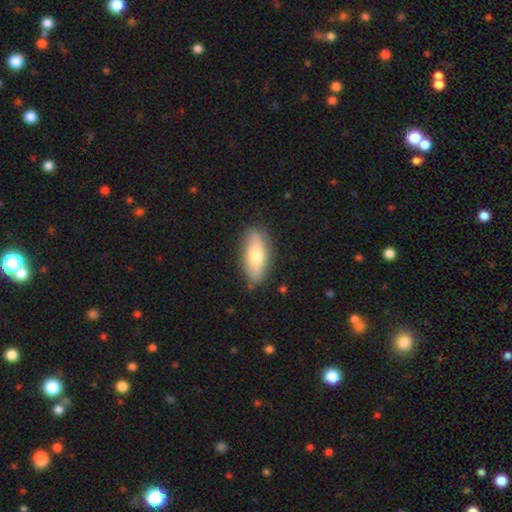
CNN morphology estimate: Smooth or featured: smooth — 67% (featured or disk — 27%)
How rounded: in between — 76% (cigar-shaped — 22%)
Merging: none — 85% (minor disturbance — 12%)